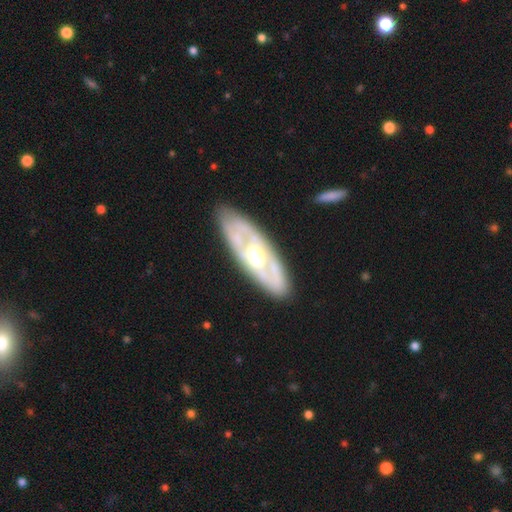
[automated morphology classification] The model was most divided on "bulge size": moderate: 62%, large: 31%, small: 5%, dominant: 2%, none: 1%. More confident: merging — none (83%); edge-on disk — no (78%); bar — no (76%); smooth or featured — featured or disk (73%); spiral arms — no (68%).